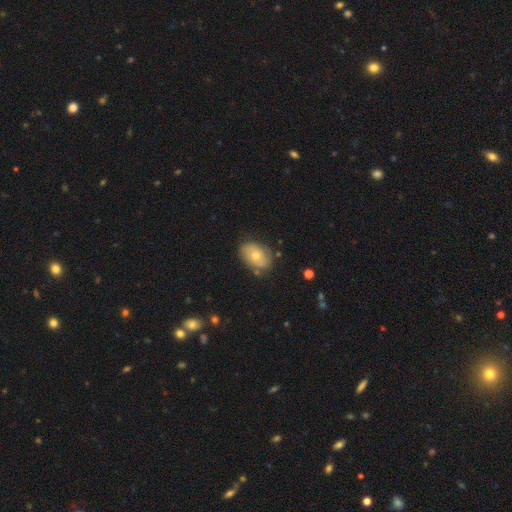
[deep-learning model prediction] Smooth or featured: smooth — 55% (featured or disk — 37%)
How rounded: in between — 80% (round — 19%)
Merging: none — 74% (minor disturbance — 19%)